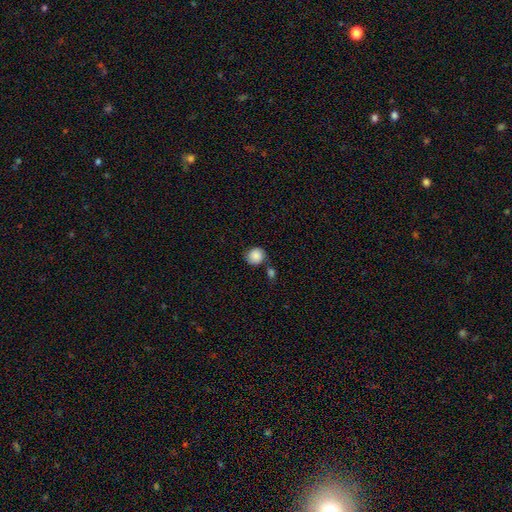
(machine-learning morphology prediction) Q: Smooth or featured?
A: smooth (87%); runner-up: star or artifact (8%)
Q: How rounded?
A: round (88%); runner-up: in between (11%)
Q: Merging?
A: none (70%); runner-up: minor disturbance (14%)